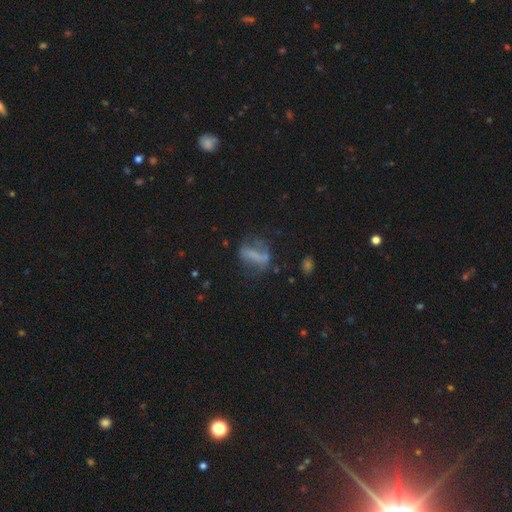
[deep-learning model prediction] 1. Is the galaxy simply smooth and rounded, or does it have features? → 44% smooth, 42% featured or disk, 14% star or artifact.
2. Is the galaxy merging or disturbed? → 42% none, 27% major disturbance, 23% minor disturbance, 7% merger.